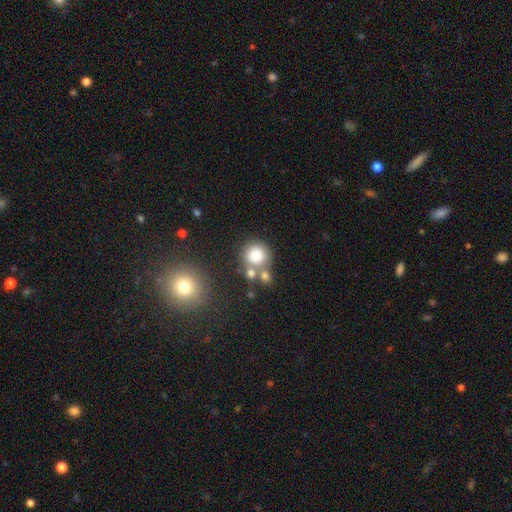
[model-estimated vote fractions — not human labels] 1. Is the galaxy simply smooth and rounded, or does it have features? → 78% smooth, 12% star or artifact, 10% featured or disk.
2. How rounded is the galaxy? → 89% round, 10% in between, 1% cigar-shaped.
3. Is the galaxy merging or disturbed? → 56% none, 28% merger, 11% minor disturbance, 5% major disturbance.